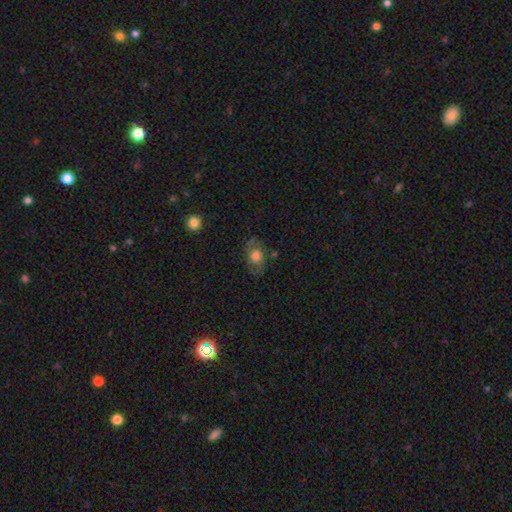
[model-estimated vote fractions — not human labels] A smooth galaxy with no disk features (60%) that is in between round and cigar-shaped (70%).

Vote fractions:
- Smooth or featured? smooth: 60% / featured or disk: 30% / star or artifact: 10%
- How rounded? in between: 70% / round: 28% / cigar-shaped: 2%
- Merging? none: 69% / minor disturbance: 19% / major disturbance: 9% / merger: 3%